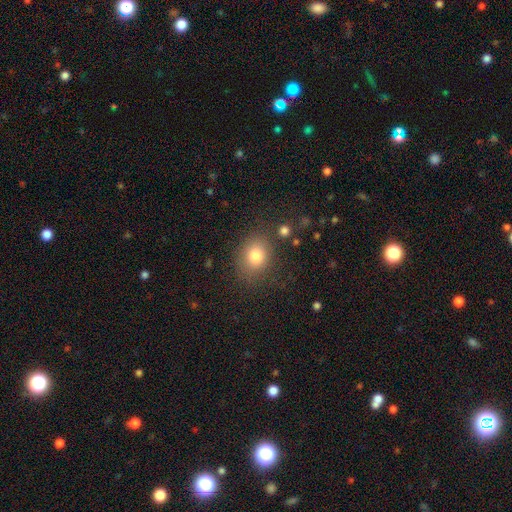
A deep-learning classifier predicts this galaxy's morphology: smooth_or_featured: smooth (p=0.80) [alt: star or artifact p=0.11]
how_rounded: round (p=0.55) [alt: in between p=0.44]
merging: none (p=0.77) [alt: minor disturbance p=0.14]